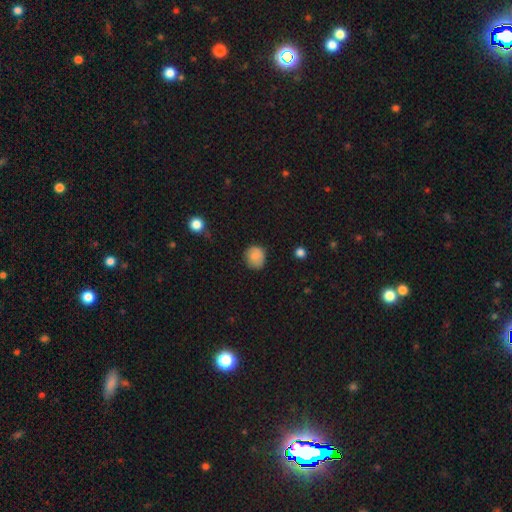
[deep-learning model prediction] Smooth or featured: smooth — 85% (star or artifact — 9%)
How rounded: round — 81% (in between — 18%)
Merging: none — 76% (minor disturbance — 19%)